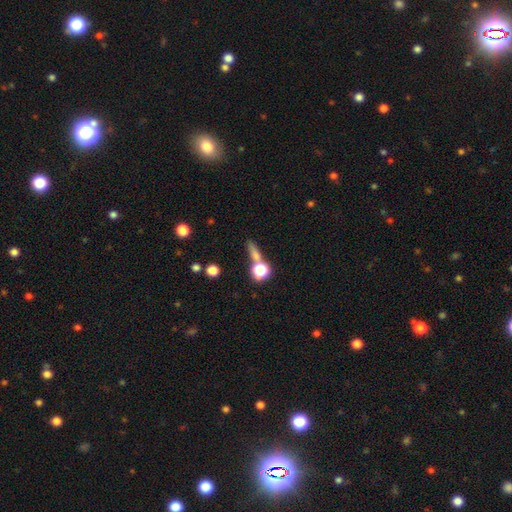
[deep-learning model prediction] This appears to be a smooth galaxy with no disk features (64%) that is round (42%). Merging: none (52%).